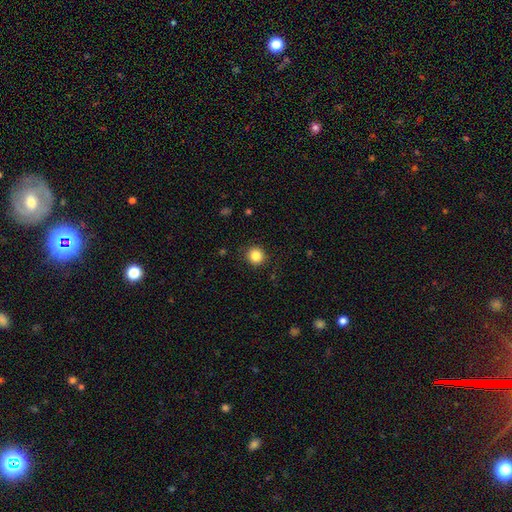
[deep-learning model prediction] smooth-or-featured: smooth: 84% | star or artifact: 11% | featured or disk: 5%
  how-rounded: round: 93% | in between: 6% | cigar-shaped: 1%
  merging: none: 90% | minor disturbance: 7% | major disturbance: 2% | merger: 1%